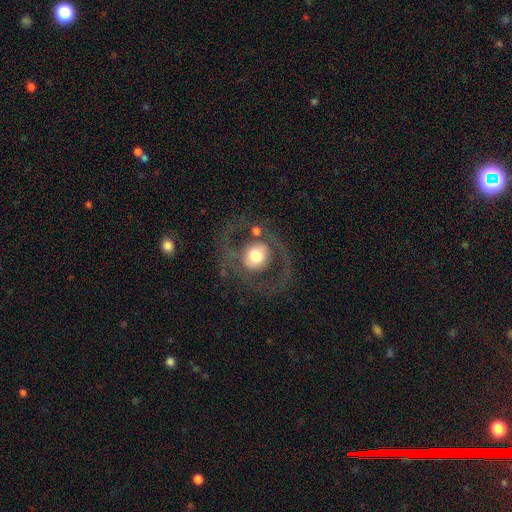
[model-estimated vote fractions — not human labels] Smooth or featured: featured or disk — 56% (smooth — 36%)
Edge-on disk: no — 95% (yes — 5%)
Bar: no — 73% (weak — 19%)
Spiral arms: no — 56% (yes — 44%)
Bulge size: moderate — 50% (large — 36%)
Merging: none — 66% (major disturbance — 18%)